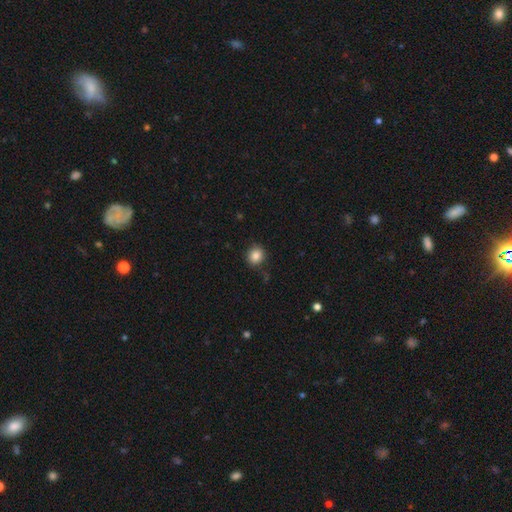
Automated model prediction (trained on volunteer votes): smooth-or-featured: smooth: 85% | star or artifact: 10% | featured or disk: 5%
  how-rounded: round: 84% | in between: 15% | cigar-shaped: 1%
  merging: none: 86% | minor disturbance: 10% | major disturbance: 3% | merger: 2%